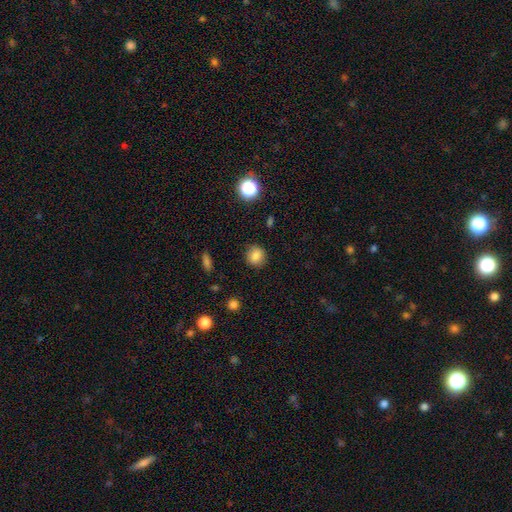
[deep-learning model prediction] A smooth galaxy with no disk features (83%) that is round (85%). Merging: none (87%).